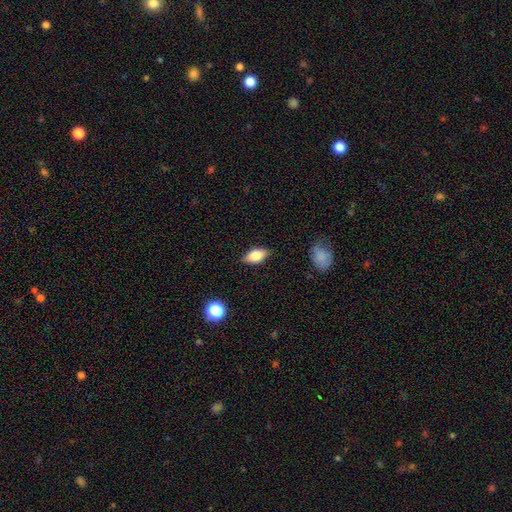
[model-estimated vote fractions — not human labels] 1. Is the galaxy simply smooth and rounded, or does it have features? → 74% smooth, 18% featured or disk, 8% star or artifact.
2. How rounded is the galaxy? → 86% in between, 9% cigar-shaped, 5% round.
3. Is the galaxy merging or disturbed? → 85% none, 11% minor disturbance, 3% major disturbance, 1% merger.